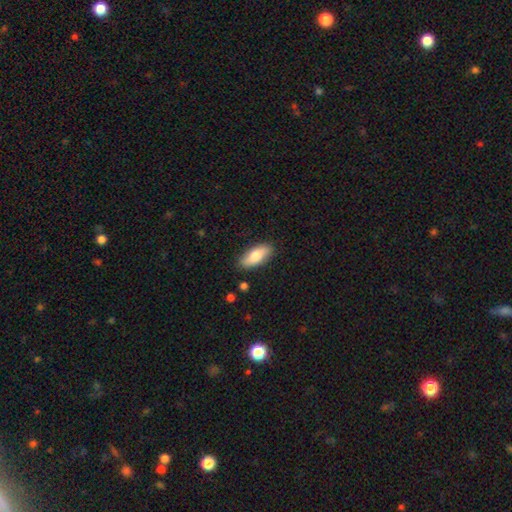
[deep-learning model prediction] Morphology: type=smooth (78%); roundness=in between (81%); merging=none (85%).